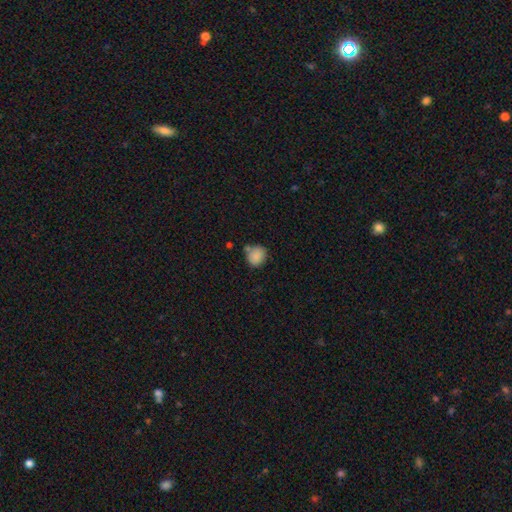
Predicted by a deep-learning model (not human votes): Smooth or featured? smooth (86%)
How rounded? round (76%)
Merging? none (59%)